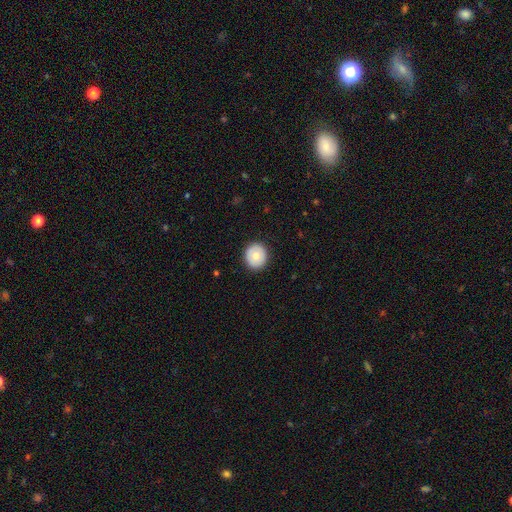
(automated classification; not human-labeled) A smooth galaxy with no disk features (70%) that is round (86%).

Vote fractions:
- Smooth or featured? smooth: 70% / featured or disk: 23% / star or artifact: 7%
- How rounded? round: 86% / in between: 13% / cigar-shaped: 1%
- Merging? none: 91% / minor disturbance: 7% / major disturbance: 2% / merger: 1%